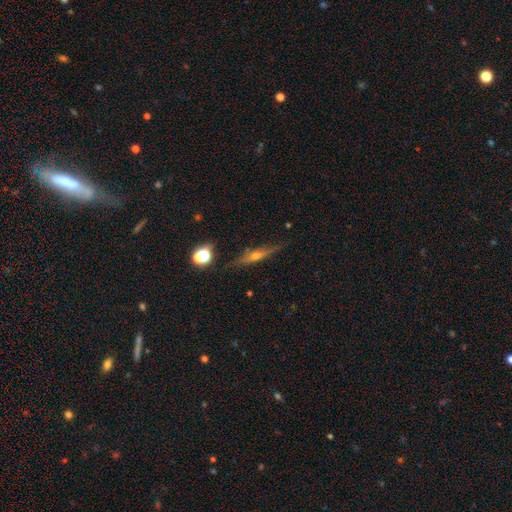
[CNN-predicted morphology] type=featured or disk (66%); edge-on=yes (94%); edge-on bulge=rounded (87%); merging=none (82%).